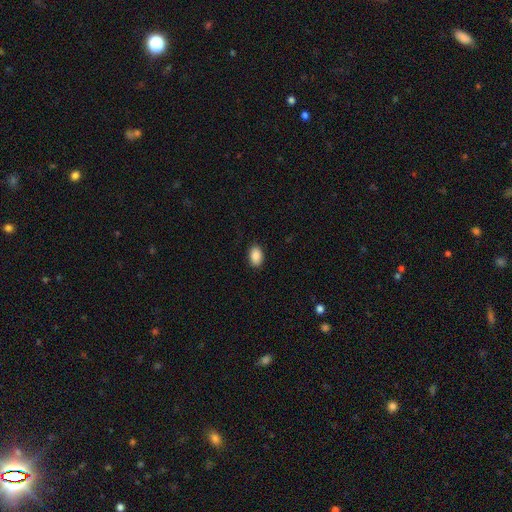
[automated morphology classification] smooth-or-featured: smooth: 89% | star or artifact: 7% | featured or disk: 3%
  how-rounded: in between: 89% | round: 10% | cigar-shaped: 1%
  merging: none: 89% | minor disturbance: 8% | major disturbance: 2% | merger: 1%